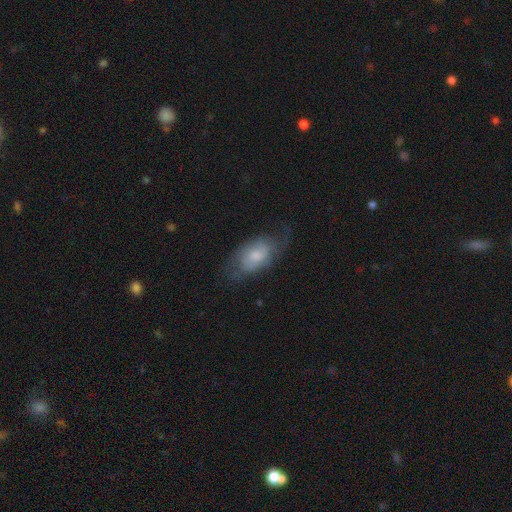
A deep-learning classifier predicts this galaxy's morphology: Smooth or featured: smooth — 55% (featured or disk — 38%)
How rounded: in between — 90% (round — 6%)
Merging: none — 52% (minor disturbance — 27%)